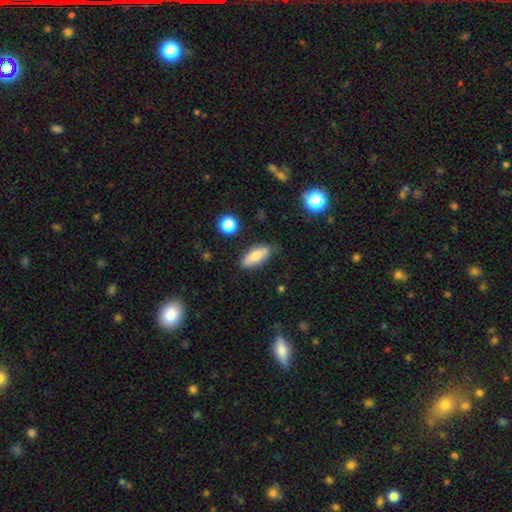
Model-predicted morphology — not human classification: Smooth or featured?
  - smooth: 75% *
  - featured or disk: 18%
  - star or artifact: 7%
How rounded?
  - in between: 70% *
  - cigar-shaped: 28%
  - round: 3%
Merging?
  - none: 81% *
  - minor disturbance: 14%
  - major disturbance: 3%
  - merger: 2%